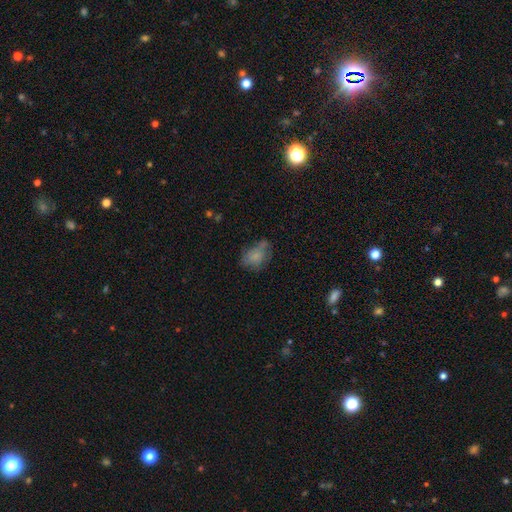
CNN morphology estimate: This appears to be a smooth galaxy with no disk features (68%) that is in between round and cigar-shaped (80%). Merging: none (46%).